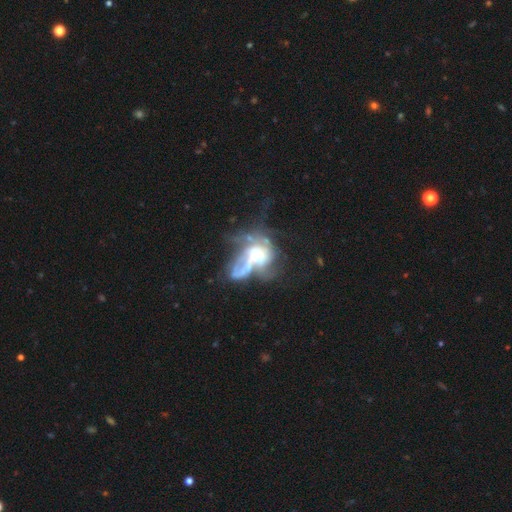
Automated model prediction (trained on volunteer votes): Morphology: type=featured or disk (65%); edge-on=no (95%); bar=no (80%); spiral arms=no (71%); bulge=moderate (34%); merging=merger (44%).